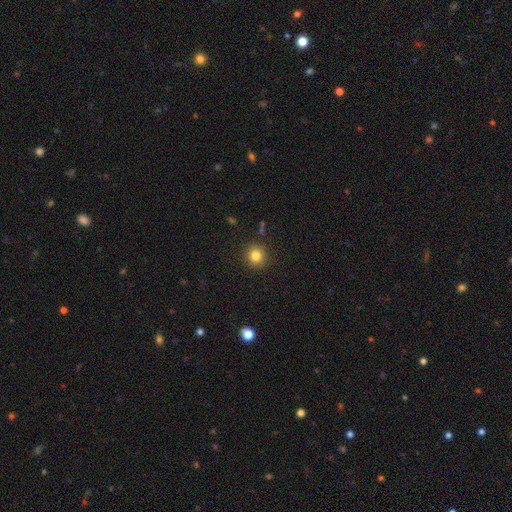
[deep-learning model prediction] Morphology: type=smooth (82%); roundness=round (93%); merging=none (91%).